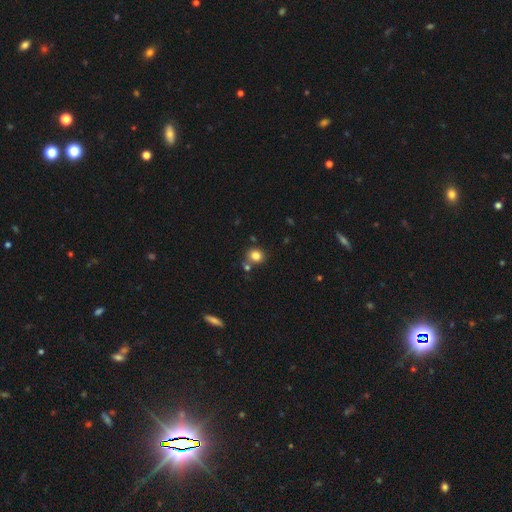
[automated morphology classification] A smooth galaxy with no disk features (81%) that is round (82%).

Vote fractions:
- Smooth or featured? smooth: 81% / star or artifact: 12% / featured or disk: 7%
- How rounded? round: 82% / in between: 17% / cigar-shaped: 1%
- Merging? none: 70% / merger: 15% / minor disturbance: 12% / major disturbance: 4%